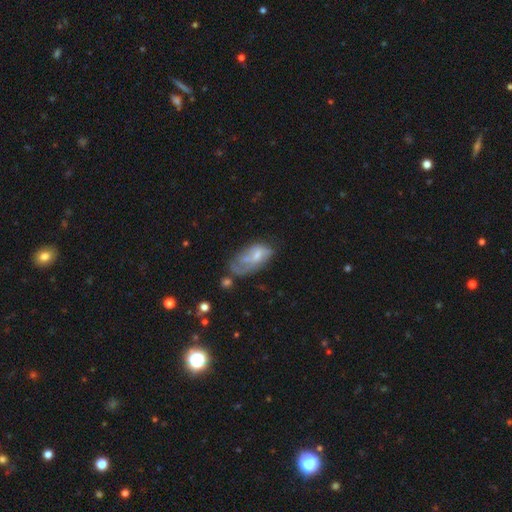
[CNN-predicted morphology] Smooth or featured?
  - featured or disk: 47% *
  - smooth: 45%
  - star or artifact: 8%
Merging?
  - major disturbance: 29% *
  - minor disturbance: 27%
  - none: 27%
  - merger: 17%